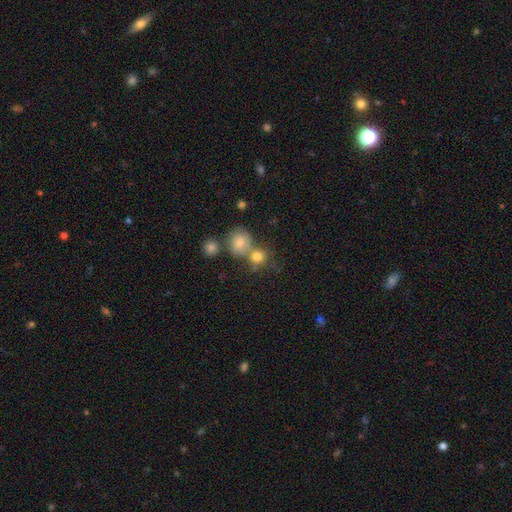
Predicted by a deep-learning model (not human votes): A smooth galaxy with no disk features (68%) that is round (84%). Merging: none (50%).